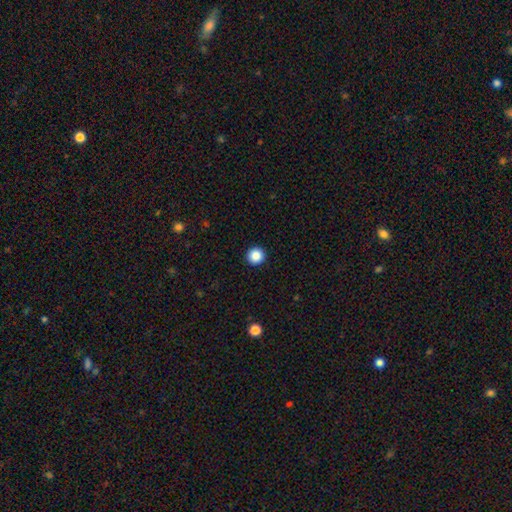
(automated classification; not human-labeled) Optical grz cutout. It shows a smooth galaxy with no disk features (87%) that is round (96%). Merging: none (94%).